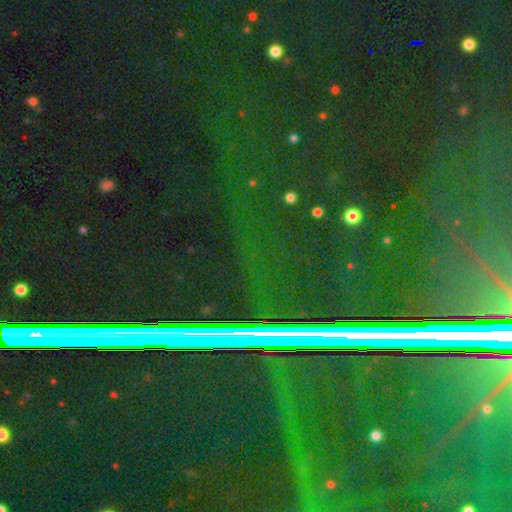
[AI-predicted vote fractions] Overall: star or artifact (84%).